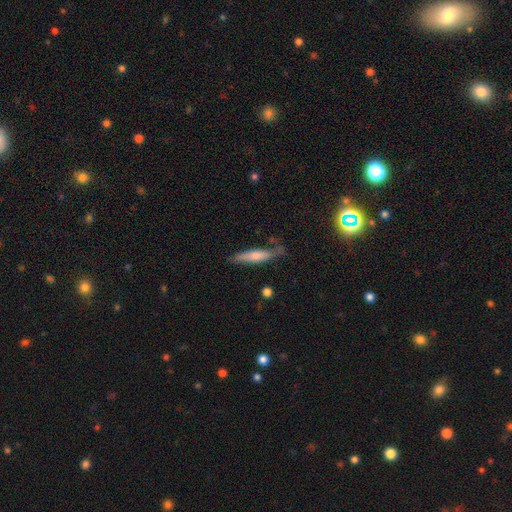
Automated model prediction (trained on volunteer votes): Smooth or featured? Predicted: smooth (p=0.65). How rounded? Predicted: cigar-shaped (p=0.81). Merging? Predicted: none (p=0.65).